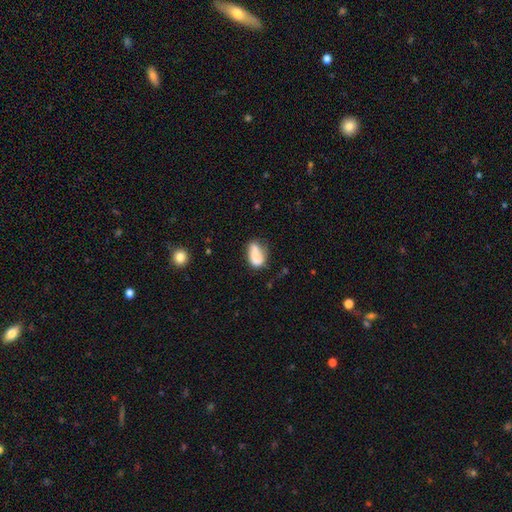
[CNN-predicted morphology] Overall: smooth (63%; featured or disk 29%). How rounded: in between (86%). Merging: none (50%; minor disturbance 30%).